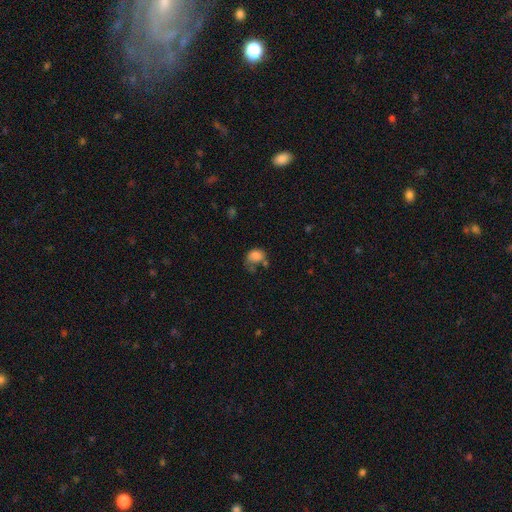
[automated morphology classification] Q: Smooth or featured?
A: smooth (79%); runner-up: featured or disk (11%)
Q: How rounded?
A: in between (56%); runner-up: round (43%)
Q: Merging?
A: none (38%); runner-up: minor disturbance (28%)